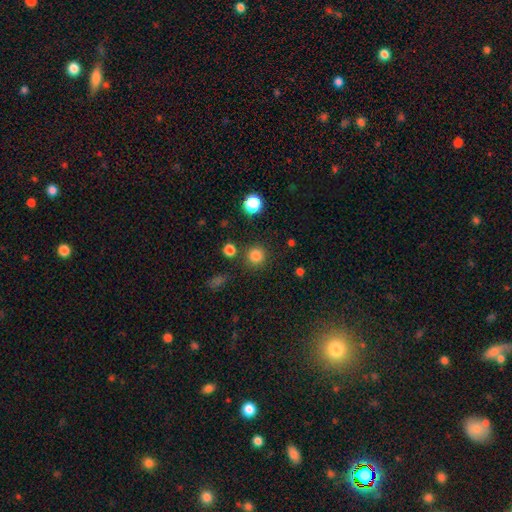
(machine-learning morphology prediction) Smooth or featured: smooth — 82% (star or artifact — 14%)
How rounded: round — 94% (in between — 5%)
Merging: none — 86% (minor disturbance — 7%)